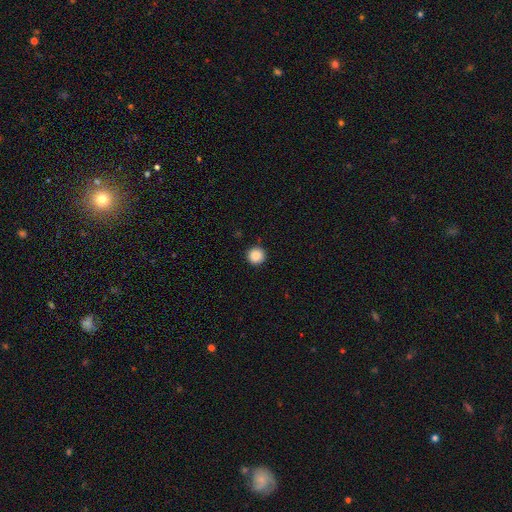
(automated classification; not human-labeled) Smooth or featured: smooth — 88% (star or artifact — 9%)
How rounded: round — 96% (in between — 3%)
Merging: none — 92% (minor disturbance — 5%)